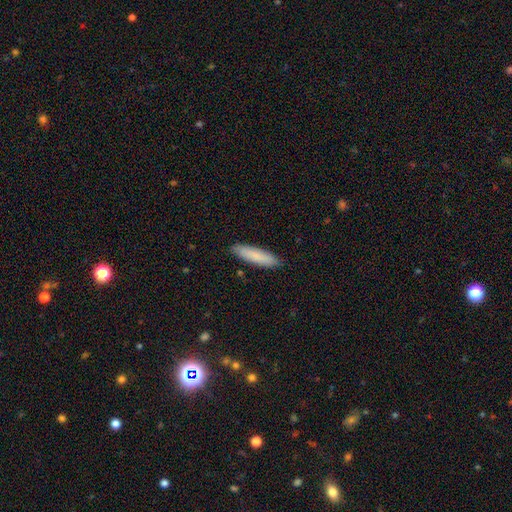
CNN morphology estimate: A smooth galaxy with no disk features (84%) that is cigar-shaped (78%). Merging: none (89%).